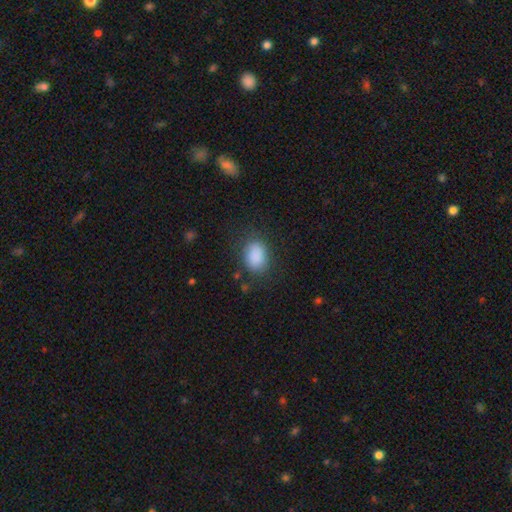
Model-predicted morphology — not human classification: The model was most divided on "how rounded": in between: 75%, round: 24%, cigar-shaped: 1%. More confident: smooth or featured — smooth (87%); merging — none (77%).